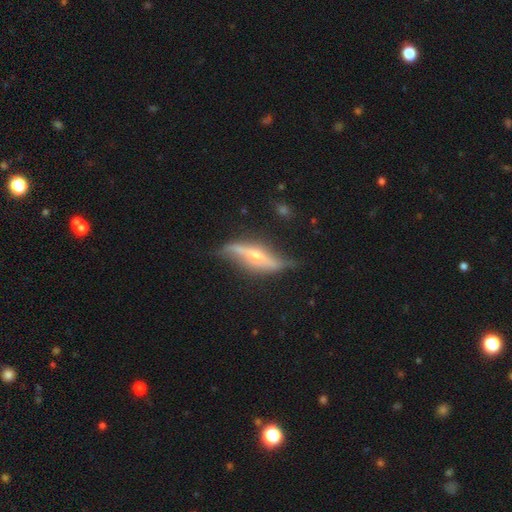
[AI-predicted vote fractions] smooth_or_featured: featured or disk (p=0.79) [alt: smooth p=0.15]
disk_edge_on: yes (p=0.62) [alt: no p=0.38]
merging: none (p=0.61) [alt: minor disturbance p=0.26]